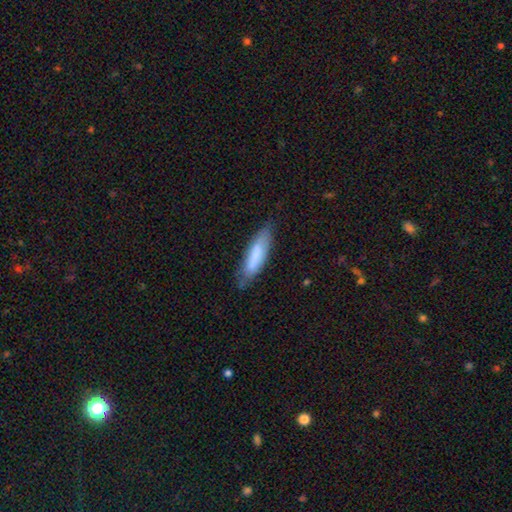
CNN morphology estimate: Overall: smooth (78%). How rounded: cigar-shaped (64%; in between 35%). Merging: none (74%).